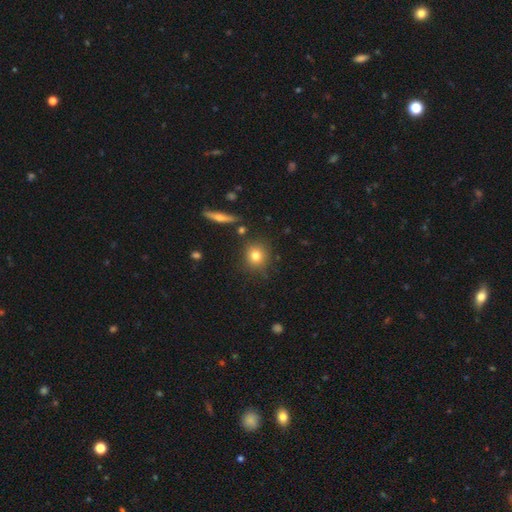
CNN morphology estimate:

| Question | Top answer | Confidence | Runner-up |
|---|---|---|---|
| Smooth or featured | smooth | 79% | star or artifact (11%) |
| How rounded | round | 87% | in between (11%) |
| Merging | none | 84% | minor disturbance (9%) |